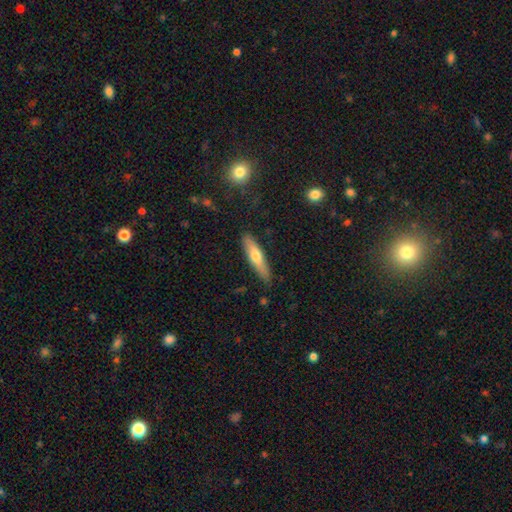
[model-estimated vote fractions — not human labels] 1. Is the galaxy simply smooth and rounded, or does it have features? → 58% smooth, 36% featured or disk, 6% star or artifact.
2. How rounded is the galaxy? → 78% cigar-shaped, 20% in between, 2% round.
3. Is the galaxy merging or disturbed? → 84% none, 12% minor disturbance, 2% major disturbance, 1% merger.